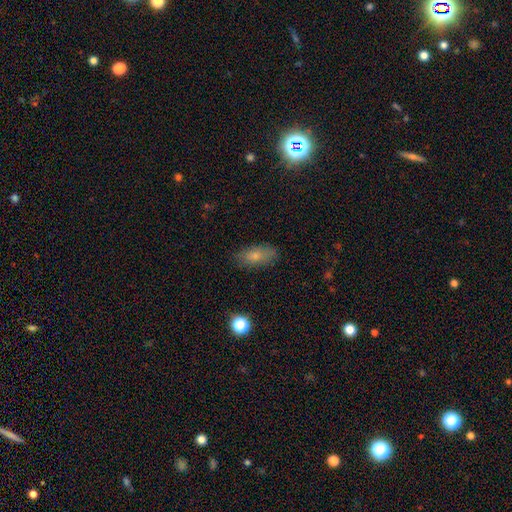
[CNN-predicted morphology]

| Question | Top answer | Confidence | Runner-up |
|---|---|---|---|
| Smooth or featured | smooth | 76% | featured or disk (14%) |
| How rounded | in between | 85% | cigar-shaped (10%) |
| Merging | none | 81% | minor disturbance (14%) |